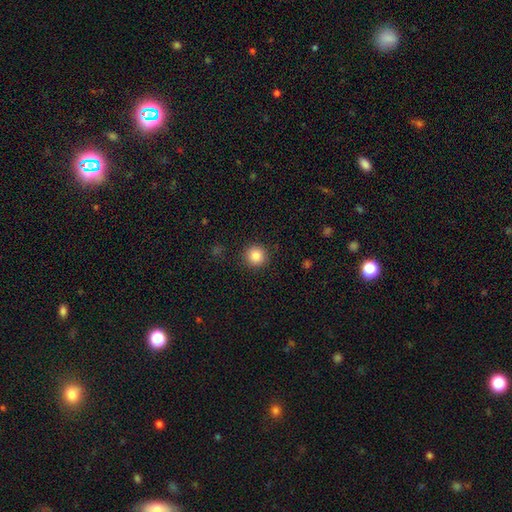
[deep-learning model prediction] Smooth or featured? smooth (86%)
How rounded? round (94%)
Merging? none (91%)